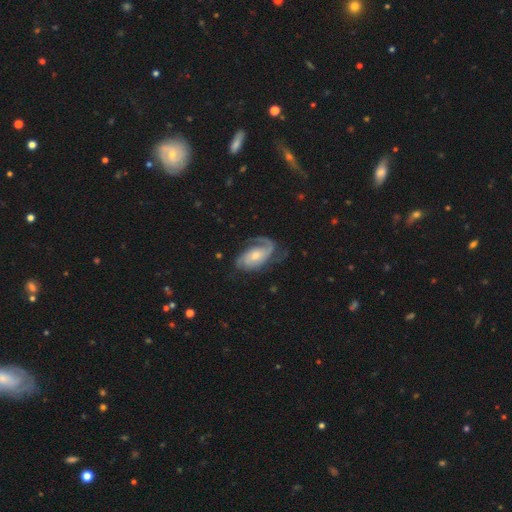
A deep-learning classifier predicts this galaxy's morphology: Q: Smooth or featured?
A: featured or disk (84%); runner-up: smooth (11%)
Q: Edge-on disk?
A: no (96%); runner-up: yes (4%)
Q: Bar?
A: no (61%); runner-up: weak (30%)
Q: Spiral arms?
A: yes (96%); runner-up: no (4%)
Q: Spiral winding?
A: medium (44%); runner-up: tight (35%)
Q: Spiral arm count?
A: 2 (54%); runner-up: 1 (23%)
Q: Bulge size?
A: moderate (50%); runner-up: small (37%)
Q: Merging?
A: none (60%); runner-up: minor disturbance (20%)